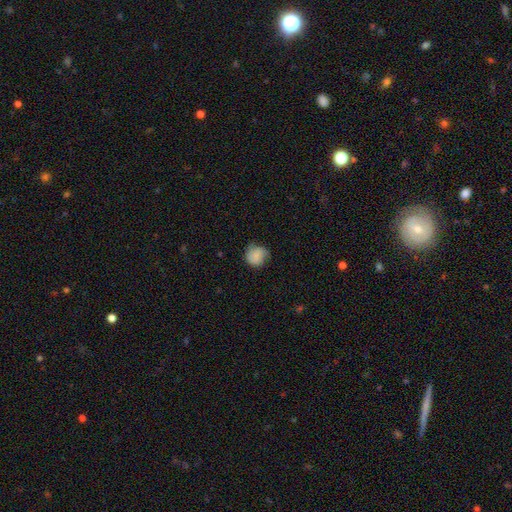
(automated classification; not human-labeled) smooth_or_featured: smooth (p=0.79) [alt: featured or disk p=0.13]
how_rounded: round (p=0.81) [alt: in between p=0.18]
merging: none (p=0.59) [alt: minor disturbance p=0.30]